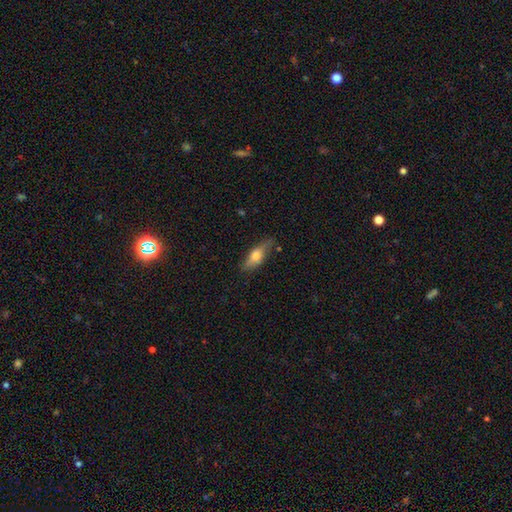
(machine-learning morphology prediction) type=smooth (56%); roundness=in between (56%); merging=none (71%).